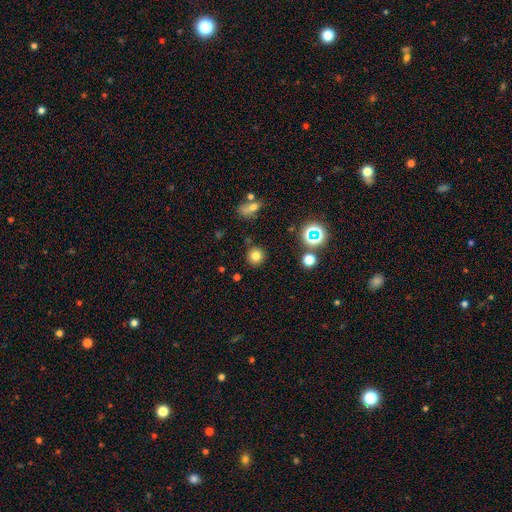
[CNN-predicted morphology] type=smooth (77%); roundness=round (93%); merging=none (87%).